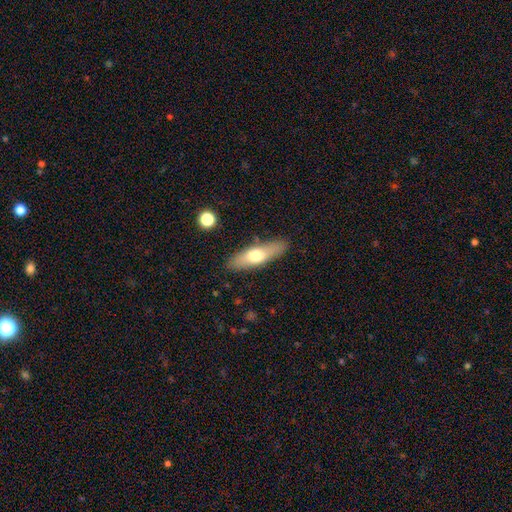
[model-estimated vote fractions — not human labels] Smooth or featured? smooth (59%)
How rounded? cigar-shaped (57%)
Merging? none (86%)